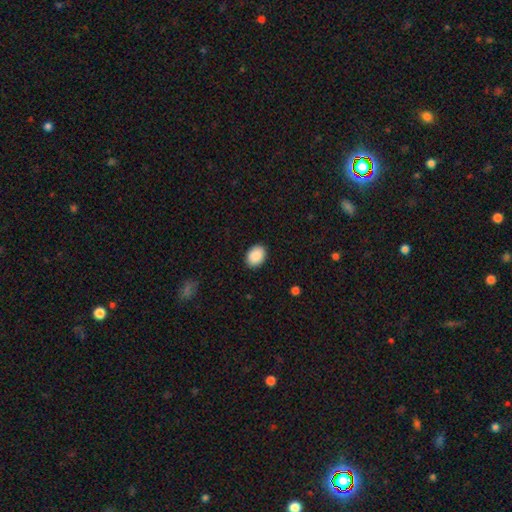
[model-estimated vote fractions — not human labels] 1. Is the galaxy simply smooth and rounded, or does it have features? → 90% smooth, 7% star or artifact, 3% featured or disk.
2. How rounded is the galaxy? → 71% in between, 28% round, 1% cigar-shaped.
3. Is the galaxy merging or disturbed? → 90% none, 8% minor disturbance, 2% major disturbance, 1% merger.